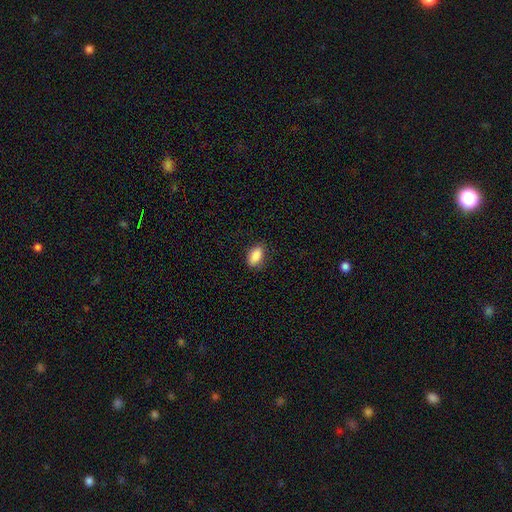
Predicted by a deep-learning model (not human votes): Overall: smooth (88%). How rounded: in between (90%). Merging: none (82%).